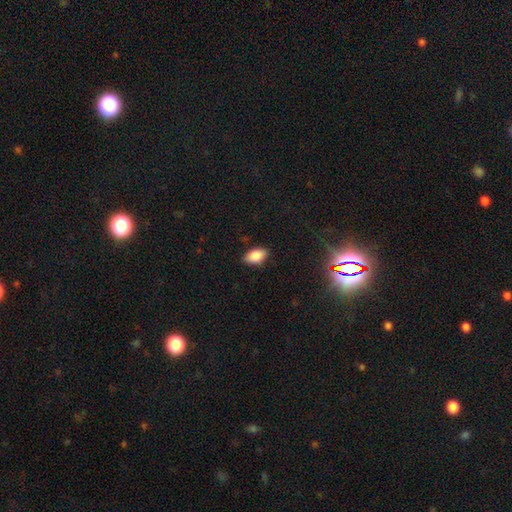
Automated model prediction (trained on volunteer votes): Smooth or featured? Predicted: smooth (p=0.86). How rounded? Predicted: in between (p=0.92). Merging? Predicted: none (p=0.85).